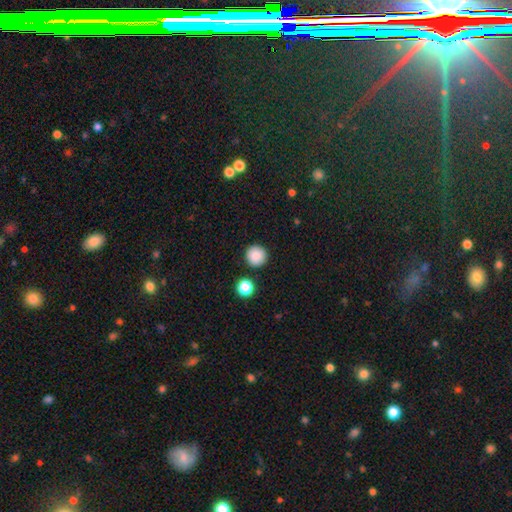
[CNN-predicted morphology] Q: Smooth or featured?
A: smooth (87%); runner-up: star or artifact (9%)
Q: How rounded?
A: round (96%); runner-up: in between (4%)
Q: Merging?
A: none (90%); runner-up: minor disturbance (5%)